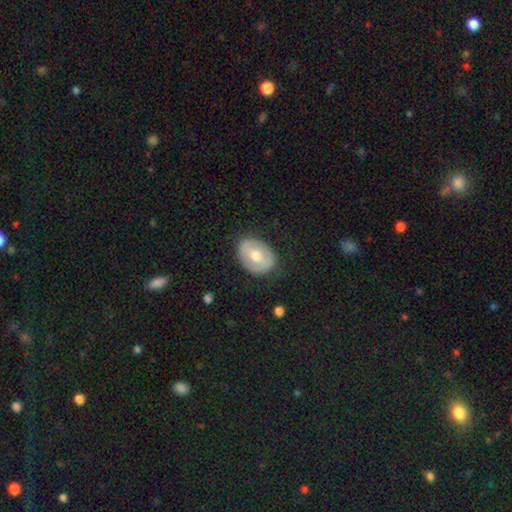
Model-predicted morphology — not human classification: This appears to be a smooth galaxy with no disk features (55%) that is in between round and cigar-shaped (65%). Merging: none (80%).